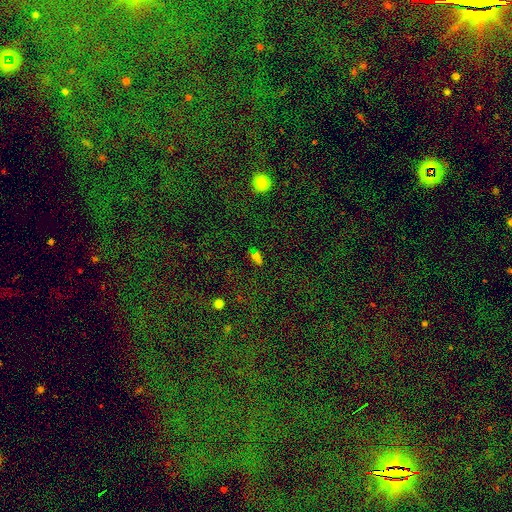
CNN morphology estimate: smooth-or-featured: smooth: 61% | star or artifact: 28% | featured or disk: 11%
  how-rounded: in between: 76% | round: 12% | cigar-shaped: 12%
  merging: none: 76% | minor disturbance: 14% | major disturbance: 6% | merger: 4%